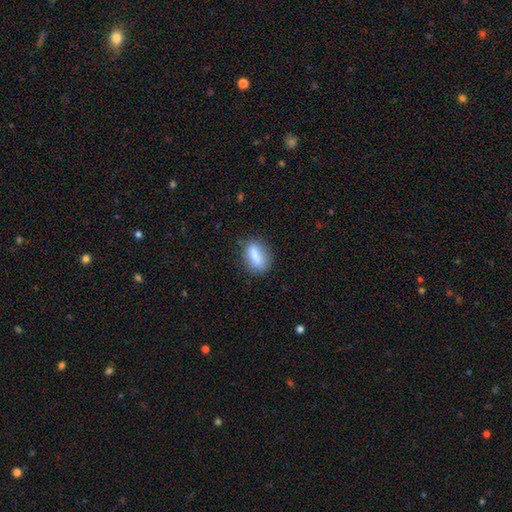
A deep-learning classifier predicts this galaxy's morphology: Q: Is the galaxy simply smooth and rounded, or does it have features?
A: smooth — 81%.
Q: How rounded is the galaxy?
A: in between — 75%.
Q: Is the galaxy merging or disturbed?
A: none — 77%.